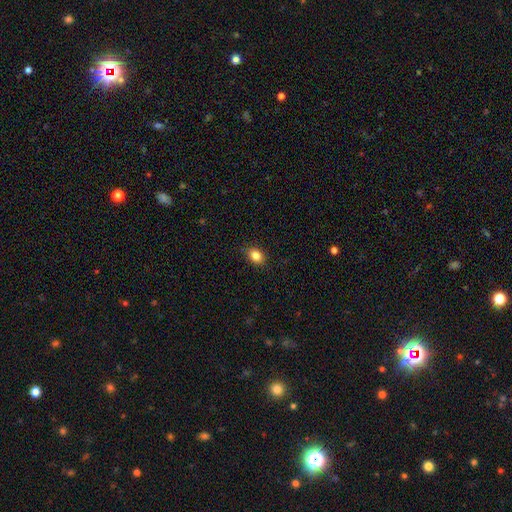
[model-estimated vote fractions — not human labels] A smooth galaxy with no disk features (84%) that is in between round and cigar-shaped (61%).

Vote fractions:
- Smooth or featured? smooth: 84% / star or artifact: 10% / featured or disk: 6%
- How rounded? in between: 61% / round: 38% / cigar-shaped: 1%
- Merging? none: 86% / minor disturbance: 11% / major disturbance: 2% / merger: 1%